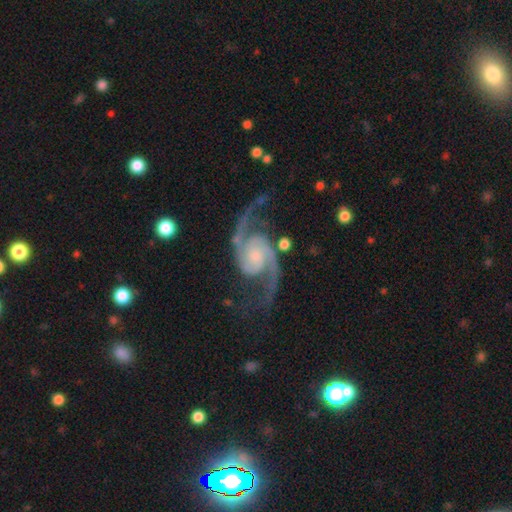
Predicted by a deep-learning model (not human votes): Smooth or featured: featured or disk — 94% (star or artifact — 4%)
Edge-on disk: no — 98% (yes — 2%)
Bar: no — 62% (weak — 29%)
Spiral arms: yes — 99% (no — 1%)
Spiral winding: medium — 51% (loose — 38%)
Spiral arm count: 2 — 94% (3 — 1%)
Bulge size: small — 47% (moderate — 26%)
Merging: none — 71% (minor disturbance — 16%)